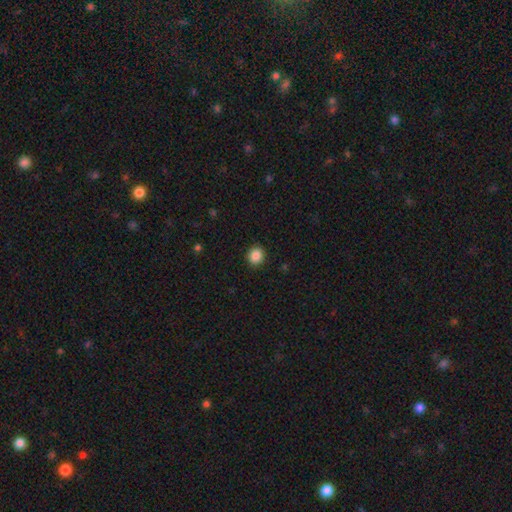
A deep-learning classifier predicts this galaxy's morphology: type=smooth (88%); roundness=round (82%); merging=none (92%).